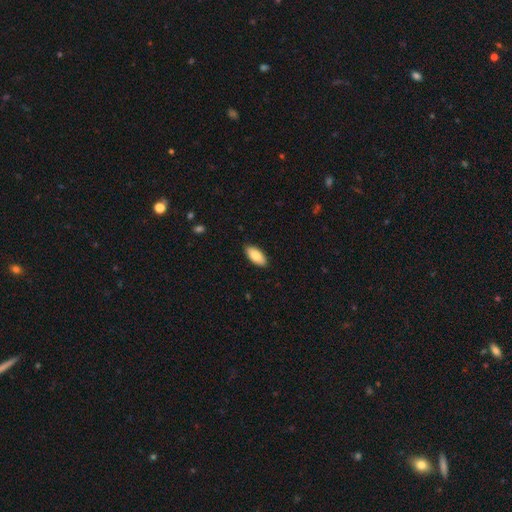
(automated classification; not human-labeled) smooth 86%, featured or disk 8%, star or artifact 6%. Down the decision tree: how rounded — in between (89%); merging — none (89%).